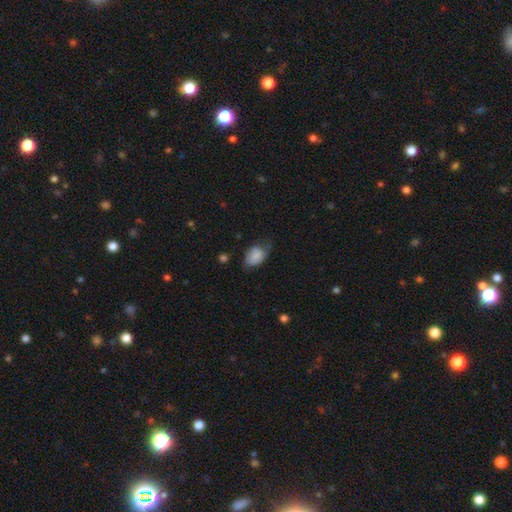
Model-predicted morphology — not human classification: smooth-or-featured: smooth: 81% | featured or disk: 12% | star or artifact: 8%
  how-rounded: in between: 78% | round: 21% | cigar-shaped: 1%
  merging: none: 44% | minor disturbance: 38% | major disturbance: 16% | merger: 2%